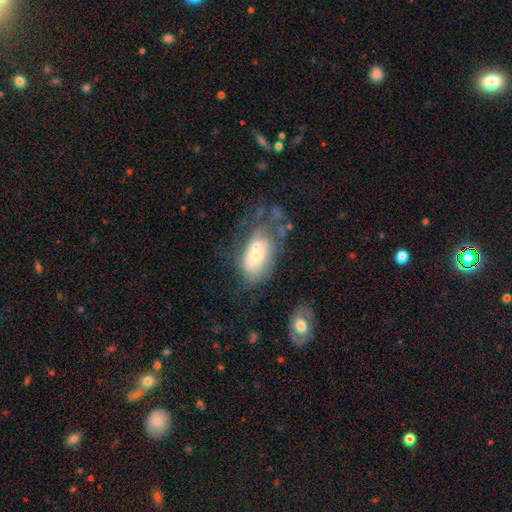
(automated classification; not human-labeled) Smooth or featured? featured or disk (48%)
Merging? none (32%)